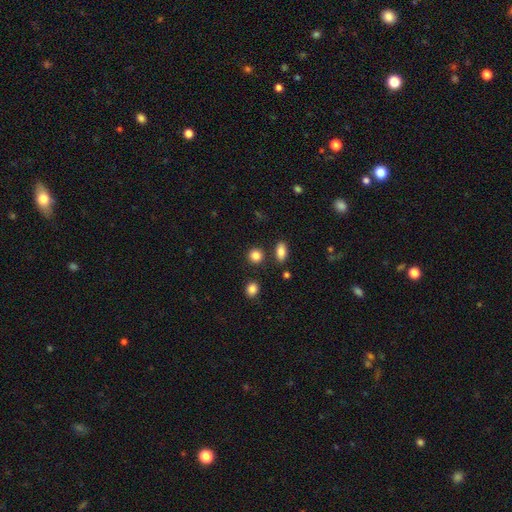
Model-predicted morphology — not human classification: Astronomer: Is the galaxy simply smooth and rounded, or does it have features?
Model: smooth — 85%.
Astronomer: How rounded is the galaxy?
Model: round — 85%.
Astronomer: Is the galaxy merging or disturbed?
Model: none — 85%.